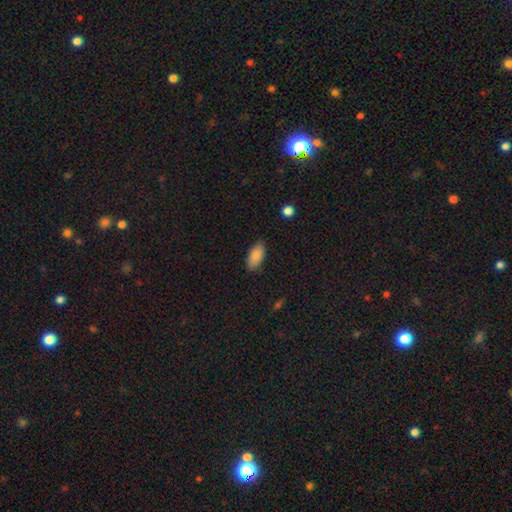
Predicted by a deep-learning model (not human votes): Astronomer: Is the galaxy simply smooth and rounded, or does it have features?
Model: smooth — 88%.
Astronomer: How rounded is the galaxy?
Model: in between — 91%.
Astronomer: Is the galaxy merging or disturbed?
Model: none — 83%.